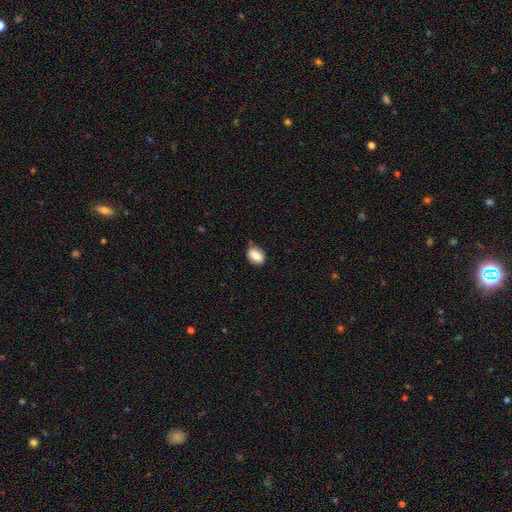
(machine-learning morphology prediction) Q: Smooth or featured?
A: smooth (80%); runner-up: featured or disk (12%)
Q: How rounded?
A: in between (75%); runner-up: round (23%)
Q: Merging?
A: none (79%); runner-up: minor disturbance (16%)